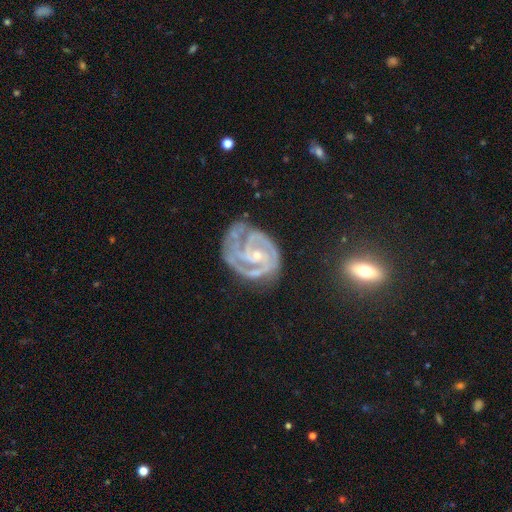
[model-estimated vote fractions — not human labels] The model was most divided on "spiral arm count": 2: 44%, 3: 33%, can't tell: 9%, 4: 6%, 1: 4%, more than 4: 4%. More confident: spiral arms — yes (98%); edge-on disk — no (98%); smooth or featured — featured or disk (91%); bulge size — small (74%); spiral winding — tight (69%); merging — none (58%); bar — no (51%).